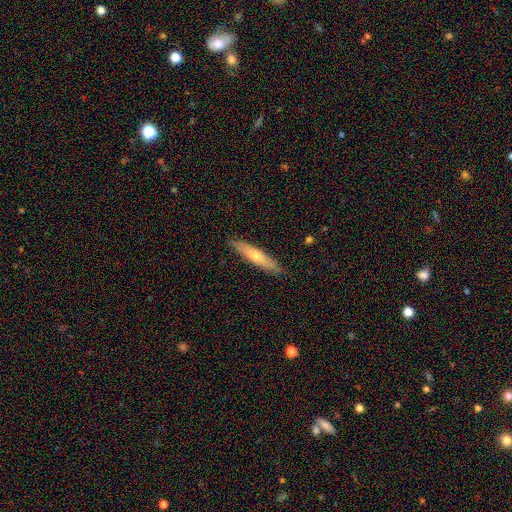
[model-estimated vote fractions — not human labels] Morphology: type=smooth (55%); roundness=cigar-shaped (86%); merging=none (89%).